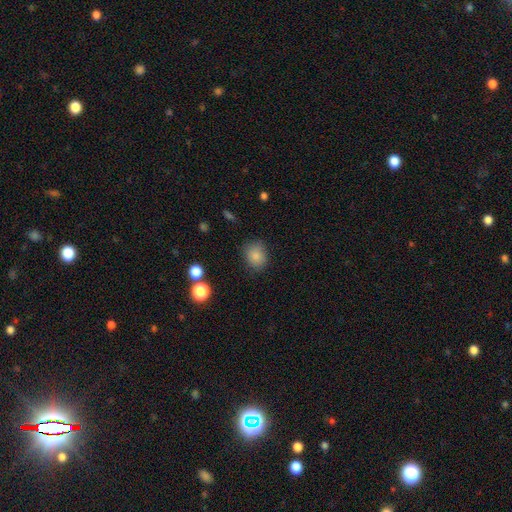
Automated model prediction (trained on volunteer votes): A smooth galaxy with no disk features (84%) that is round (65%).

Vote fractions:
- Smooth or featured? smooth: 84% / star or artifact: 11% / featured or disk: 6%
- How rounded? round: 65% / in between: 34% / cigar-shaped: 1%
- Merging? none: 80% / minor disturbance: 14% / major disturbance: 4% / merger: 2%